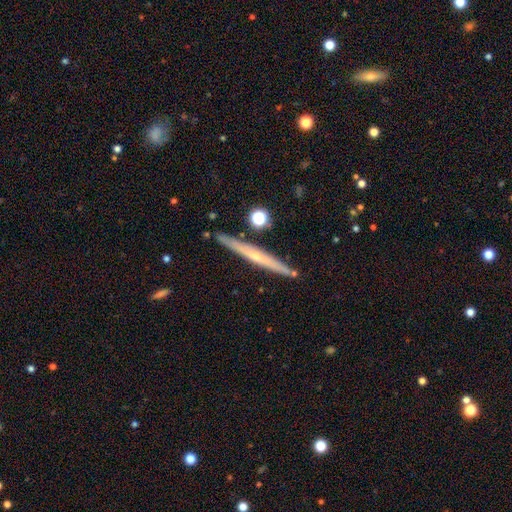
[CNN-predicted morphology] A featured or disk galaxy (64%) viewed edge-on (97%) with a rounded central bulge (55%).

Vote fractions:
- Smooth or featured? featured or disk: 64% / smooth: 29% / star or artifact: 6%
- Edge-on disk? yes: 97% / no: 3%
- Edge-on bulge? rounded: 55% / none: 42% / boxy: 3%
- Merging? none: 87% / minor disturbance: 9% / merger: 3% / major disturbance: 2%